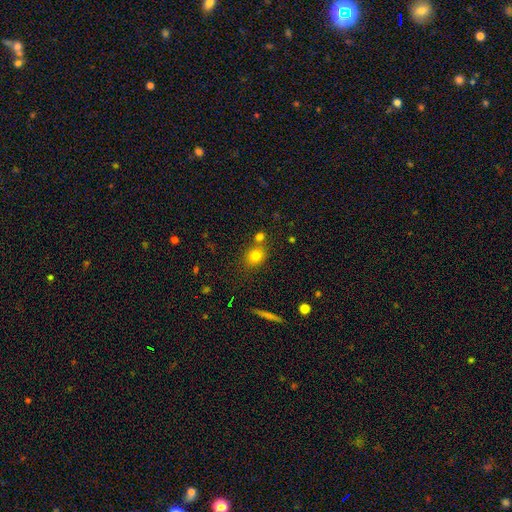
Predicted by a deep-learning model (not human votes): A smooth galaxy with no disk features (77%) that is round (68%). Merging: none (68%).